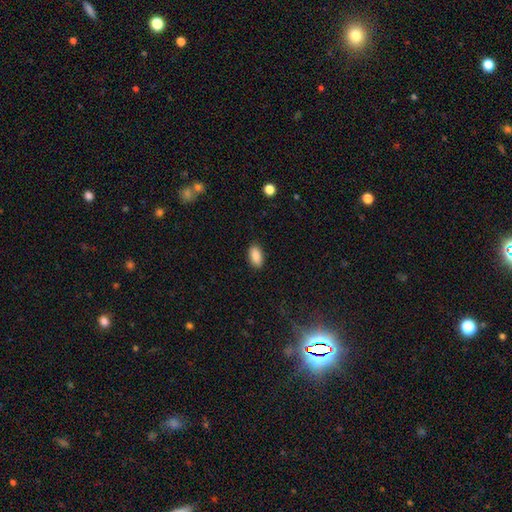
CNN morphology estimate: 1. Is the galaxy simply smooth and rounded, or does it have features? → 88% smooth, 7% star or artifact, 5% featured or disk.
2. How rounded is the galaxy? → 93% in between, 4% round, 3% cigar-shaped.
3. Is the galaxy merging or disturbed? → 88% none, 9% minor disturbance, 2% major disturbance, 1% merger.